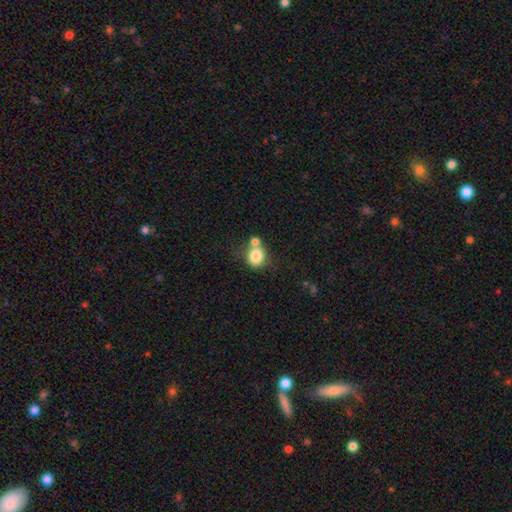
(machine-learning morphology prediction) Overall: smooth (82%). How rounded: round (69%; in between 30%). Merging: none (47%; merger 35%).